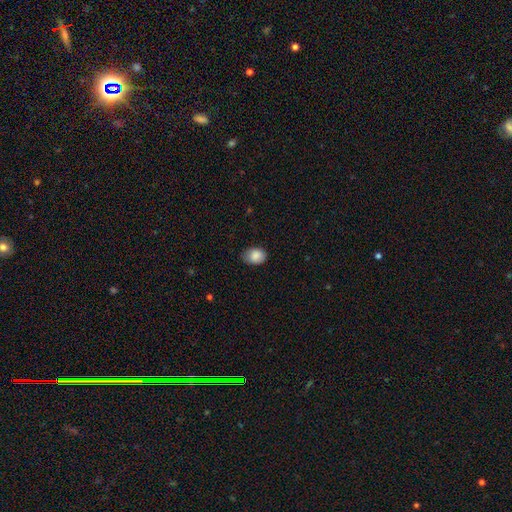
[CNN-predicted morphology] Smooth or featured? smooth (87%)
How rounded? in between (70%)
Merging? none (75%)